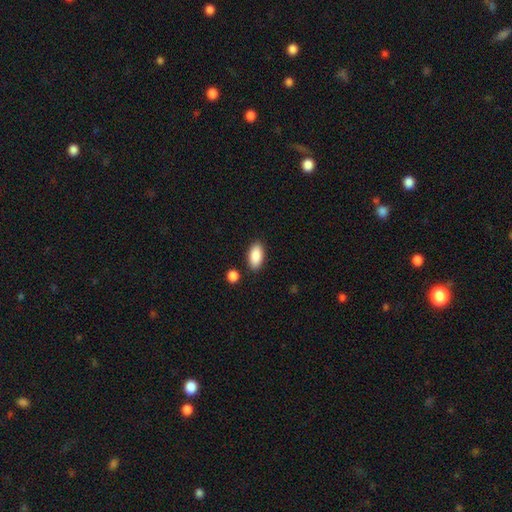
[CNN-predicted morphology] A smooth galaxy with no disk features (89%) that is in between round and cigar-shaped (91%).

Vote fractions:
- Smooth or featured? smooth: 89% / star or artifact: 6% / featured or disk: 5%
- How rounded? in between: 91% / cigar-shaped: 7% / round: 3%
- Merging? none: 86% / minor disturbance: 9% / merger: 4% / major disturbance: 2%